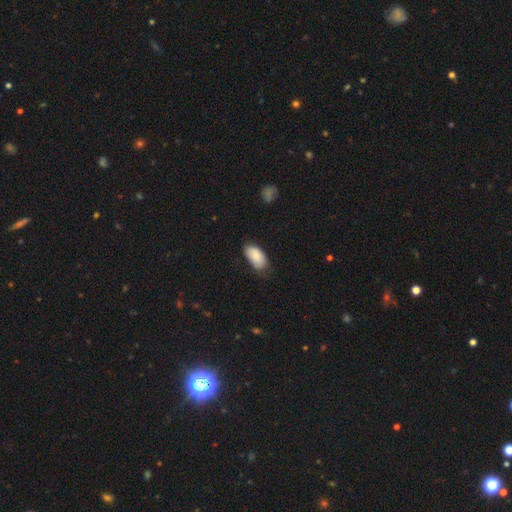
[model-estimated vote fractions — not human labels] A smooth galaxy with no disk features (82%) that is in between round and cigar-shaped (95%). Merging: none (62%).